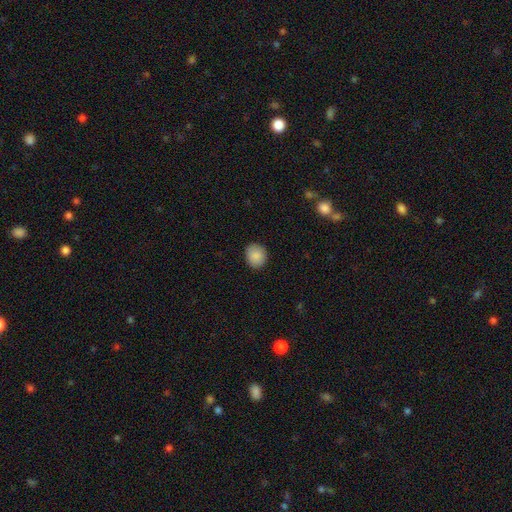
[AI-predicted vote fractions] This appears to be a smooth galaxy with no disk features (89%) that is round (70%). Merging: none (89%).